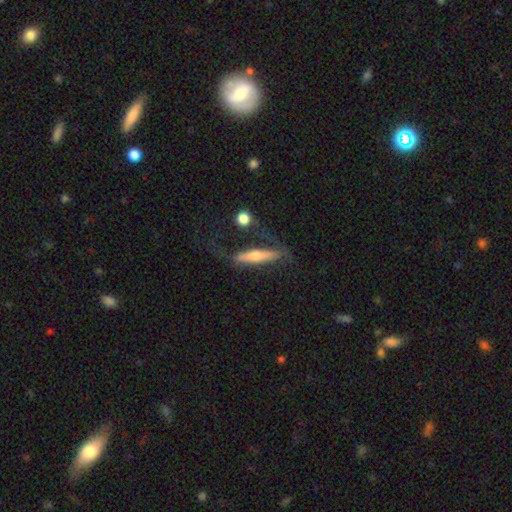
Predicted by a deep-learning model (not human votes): A featured or disk galaxy (50%). Merging: none (54%).